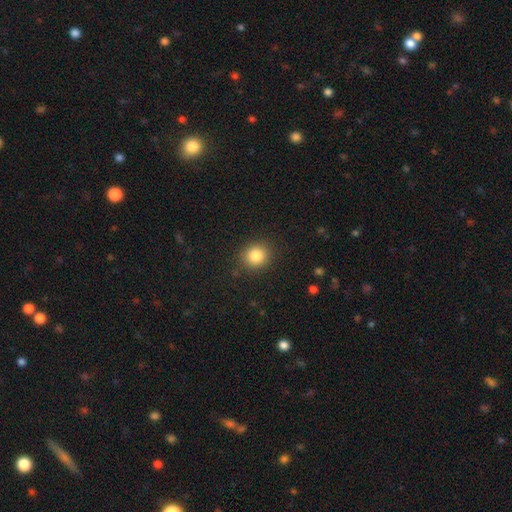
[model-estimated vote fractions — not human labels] Smooth or featured: smooth — 85% (star or artifact — 10%)
How rounded: round — 81% (in between — 18%)
Merging: none — 88% (minor disturbance — 8%)